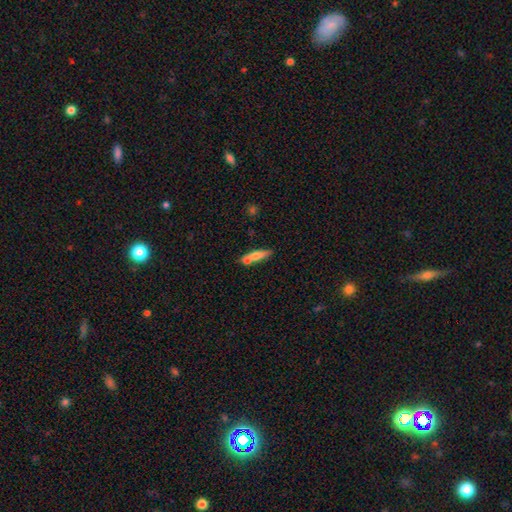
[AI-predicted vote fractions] Overall: smooth (63%; featured or disk 30%). How rounded: cigar-shaped (74%). Merging: none (54%; merger 29%).